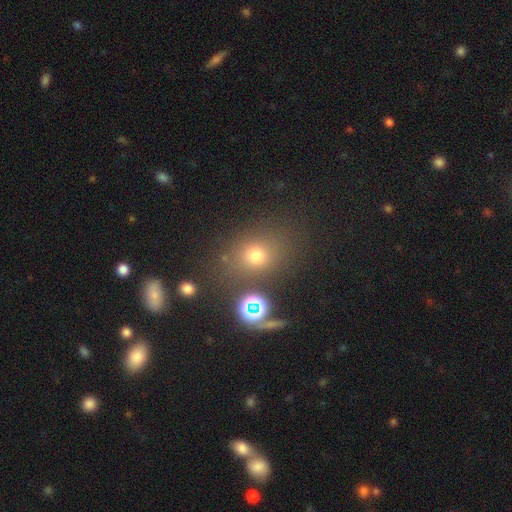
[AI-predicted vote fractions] Q: Smooth or featured?
A: smooth (68%); runner-up: star or artifact (22%)
Q: How rounded?
A: round (63%); runner-up: in between (35%)
Q: Merging?
A: none (74%); runner-up: minor disturbance (13%)